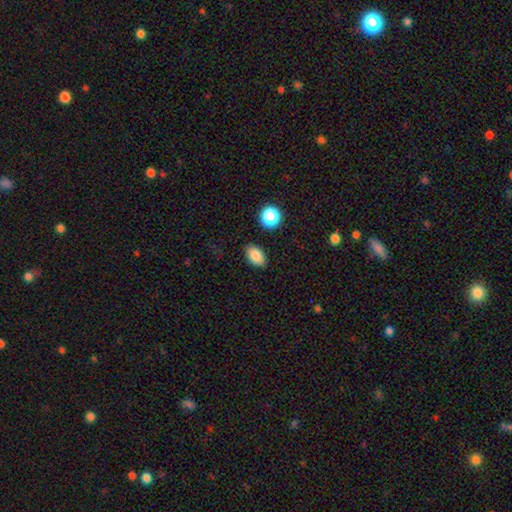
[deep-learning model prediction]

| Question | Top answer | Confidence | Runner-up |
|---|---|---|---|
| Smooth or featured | smooth | 85% | star or artifact (9%) |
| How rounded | in between | 86% | round (12%) |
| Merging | none | 85% | minor disturbance (10%) |